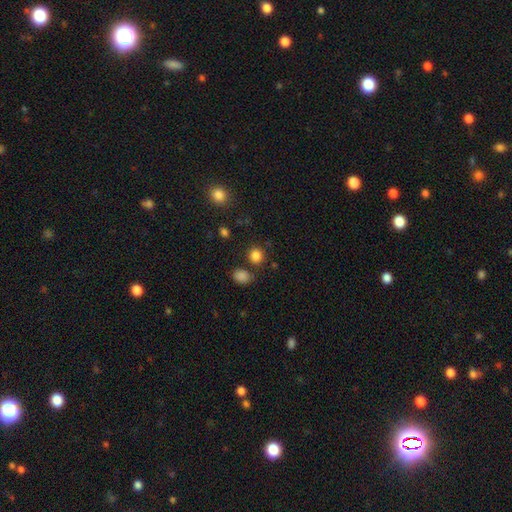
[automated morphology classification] Smooth or featured: smooth — 84% (star or artifact — 12%)
How rounded: round — 82% (in between — 17%)
Merging: none — 79% (minor disturbance — 9%)